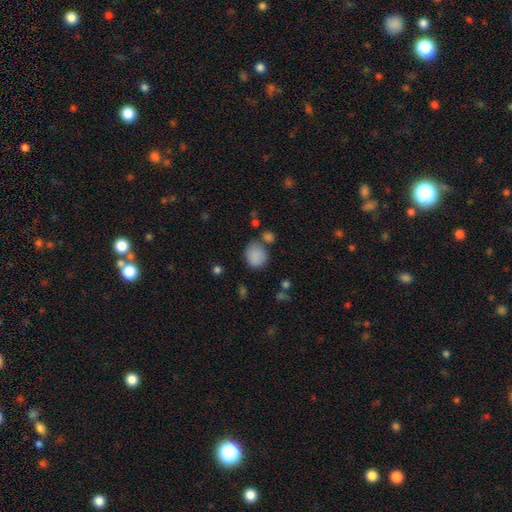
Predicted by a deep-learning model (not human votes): The model was most divided on "how rounded": round: 66%, in between: 33%, cigar-shaped: 1%. More confident: smooth or featured — smooth (85%); merging — none (65%).